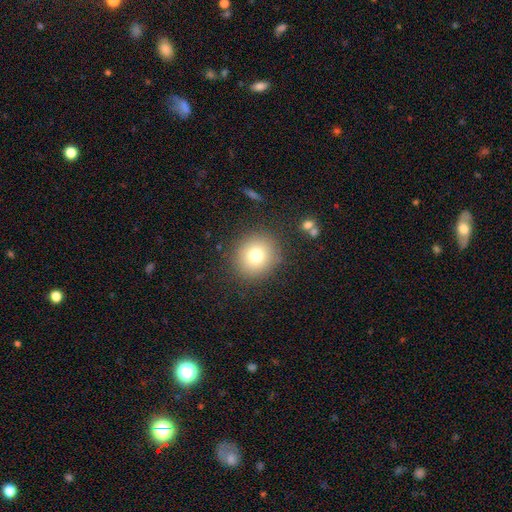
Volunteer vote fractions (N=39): Smooth or featured? 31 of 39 (79%) said smooth. How rounded? 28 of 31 (90%) said round. Merging? 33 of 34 (97%) said none.